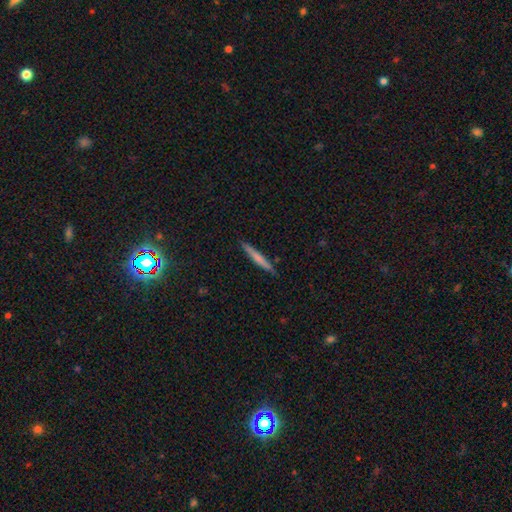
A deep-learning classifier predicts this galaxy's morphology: Smooth or featured?
  - smooth: 55% *
  - featured or disk: 37%
  - star or artifact: 7%
How rounded?
  - cigar-shaped: 96% *
  - in between: 3%
  - round: 2%
Merging?
  - none: 90% *
  - minor disturbance: 7%
  - major disturbance: 1%
  - merger: 1%